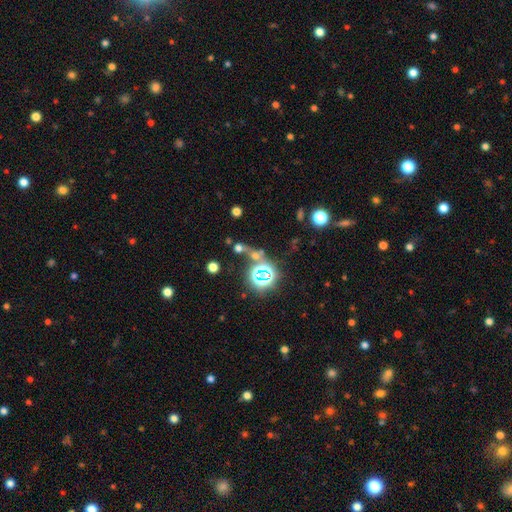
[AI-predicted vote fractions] Smooth or featured: star or artifact — 54% (smooth — 33%)